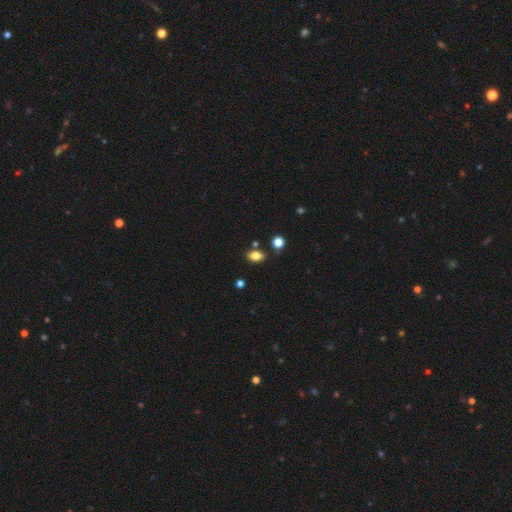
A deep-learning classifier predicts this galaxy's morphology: smooth-or-featured: smooth: 81% | star or artifact: 11% | featured or disk: 8%
  how-rounded: in between: 84% | round: 14% | cigar-shaped: 2%
  merging: none: 78% | minor disturbance: 12% | merger: 7% | major disturbance: 3%